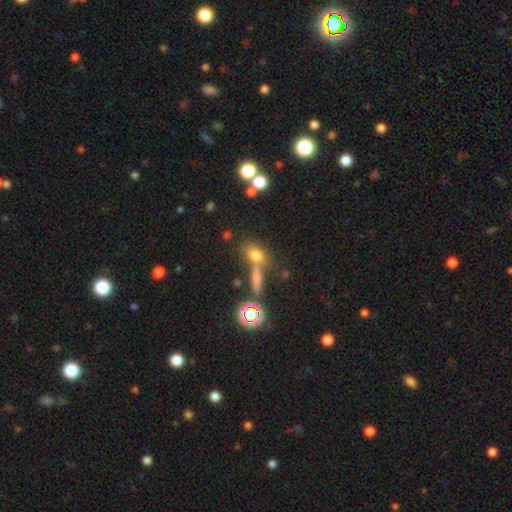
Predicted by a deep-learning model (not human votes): Q: Smooth or featured?
A: smooth (67%); runner-up: star or artifact (21%)
Q: How rounded?
A: in between (55%); runner-up: round (33%)
Q: Merging?
A: none (52%); runner-up: merger (31%)